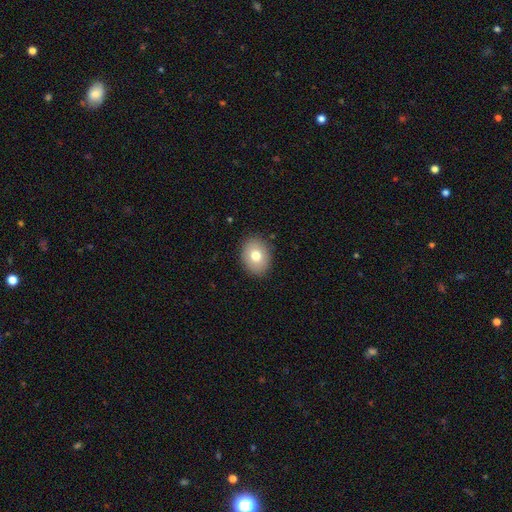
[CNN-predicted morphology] Smooth or featured: smooth — 76% (featured or disk — 15%)
How rounded: in between — 53% (round — 46%)
Merging: none — 88% (minor disturbance — 8%)